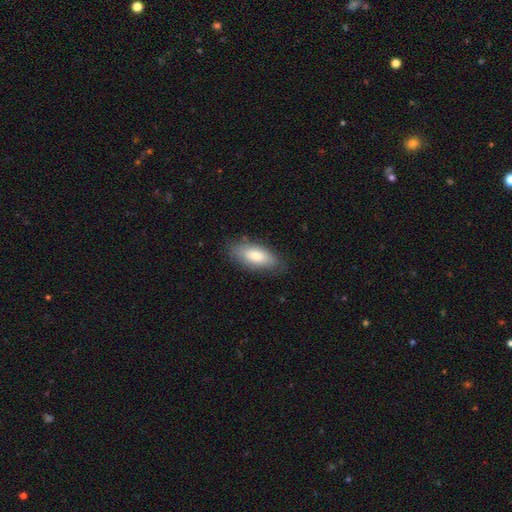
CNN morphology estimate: Smooth or featured? Predicted: smooth (p=0.80). How rounded? Predicted: in between (p=0.86). Merging? Predicted: none (p=0.77).